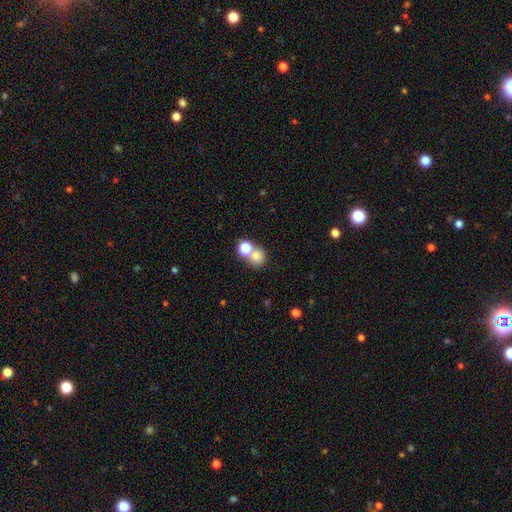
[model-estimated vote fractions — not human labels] This is likely a smooth galaxy (76%). How rounded: clearly round (81%). Merging: possibly none (47%).